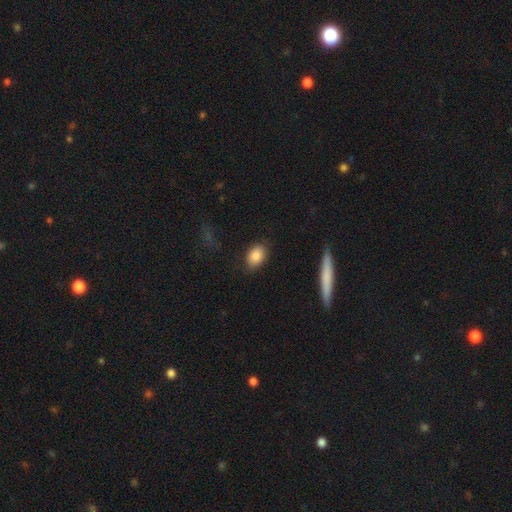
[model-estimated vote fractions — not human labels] Q: Smooth or featured?
A: smooth (87%); runner-up: star or artifact (8%)
Q: How rounded?
A: in between (78%); runner-up: round (20%)
Q: Merging?
A: none (84%); runner-up: minor disturbance (11%)